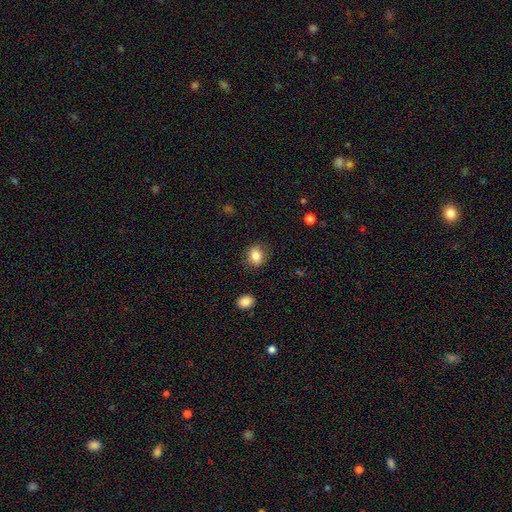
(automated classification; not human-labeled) Overall: smooth (83%). How rounded: round (56%; in between 43%). Merging: none (85%).